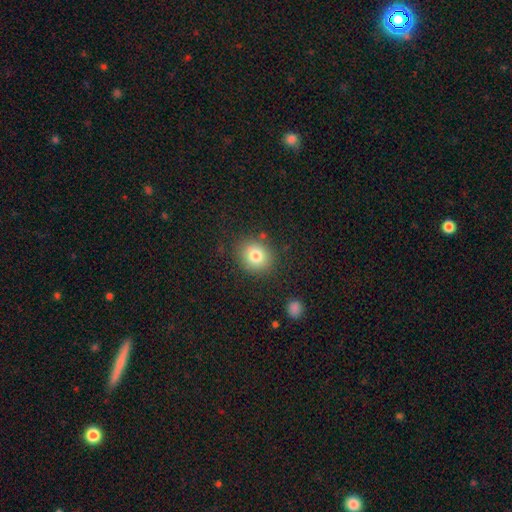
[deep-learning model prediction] Smooth or featured: smooth — 80% (star or artifact — 11%)
How rounded: round — 77% (in between — 22%)
Merging: none — 83% (minor disturbance — 10%)